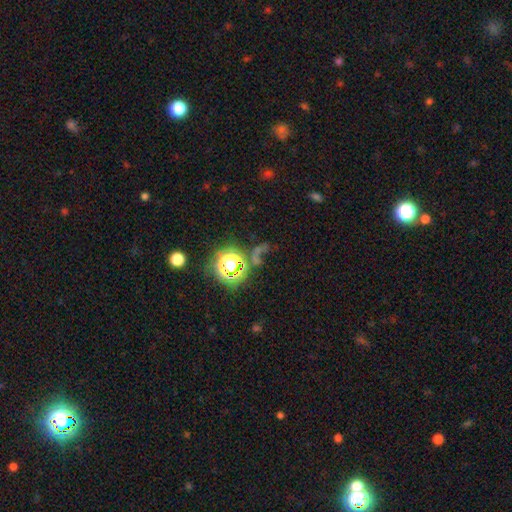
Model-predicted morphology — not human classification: Q: Smooth or featured?
A: star or artifact (67%); runner-up: smooth (23%)